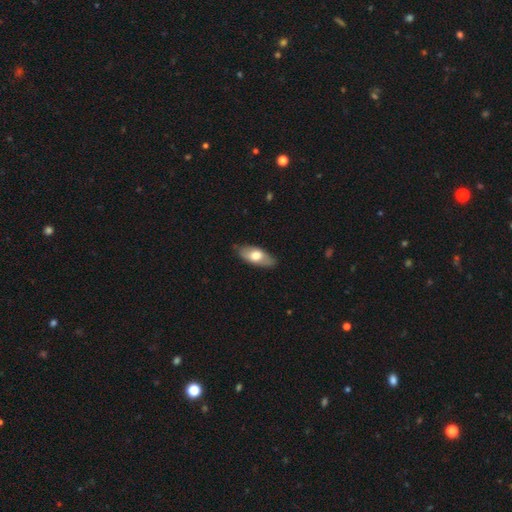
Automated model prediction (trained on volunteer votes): smooth_or_featured: smooth (p=0.64) [alt: featured or disk p=0.31]
how_rounded: in between (p=0.84) [alt: cigar-shaped p=0.13]
merging: none (p=0.81) [alt: minor disturbance p=0.15]